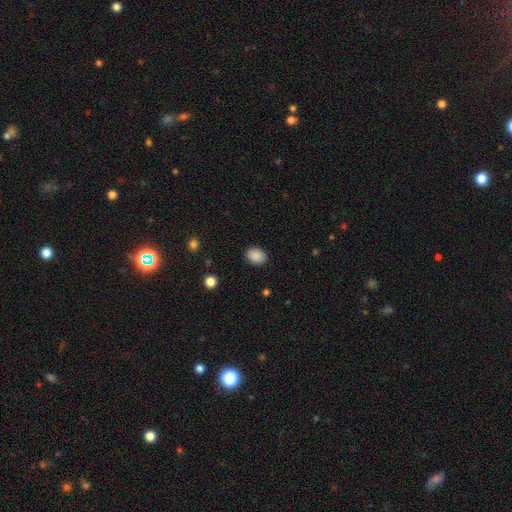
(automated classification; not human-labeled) Smooth or featured? smooth (89%)
How rounded? in between (66%)
Merging? none (88%)